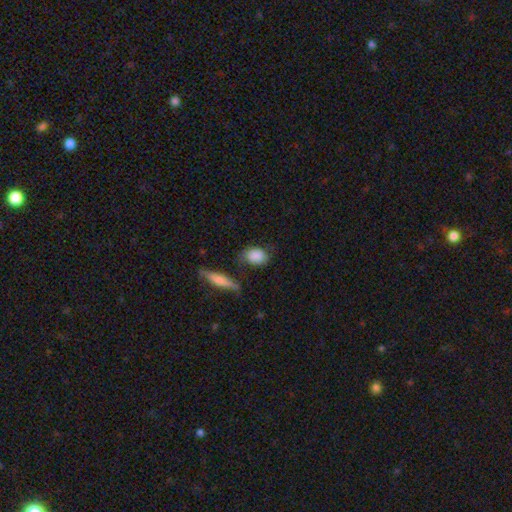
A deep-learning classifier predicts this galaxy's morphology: Smooth or featured? smooth (83%)
How rounded? in between (68%)
Merging? none (62%)